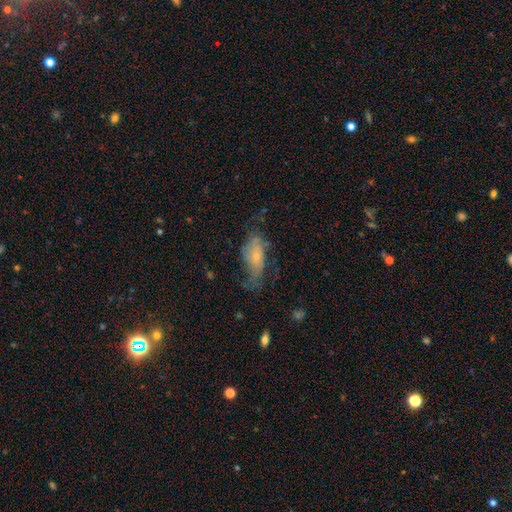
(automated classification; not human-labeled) A featured or disk galaxy (51%).

Vote fractions:
- Smooth or featured? featured or disk: 51% / smooth: 39% / star or artifact: 9%
- Edge-on disk? no: 90% / yes: 10%
- Merging? none: 40% / major disturbance: 29% / minor disturbance: 28% / merger: 2%